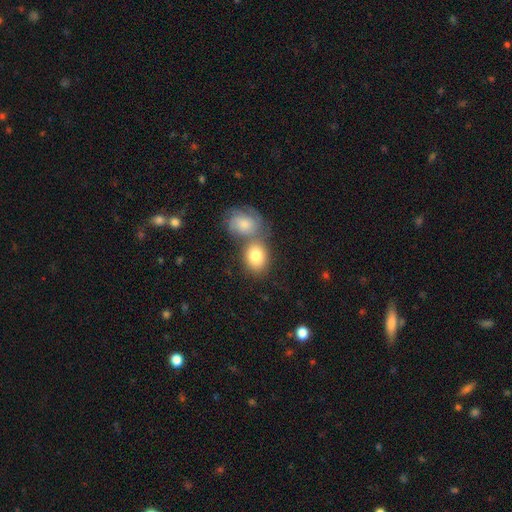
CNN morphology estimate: smooth 77%, featured or disk 17%, star or artifact 7%. Down the decision tree: how rounded — in between (56%); merging — merger (43%).